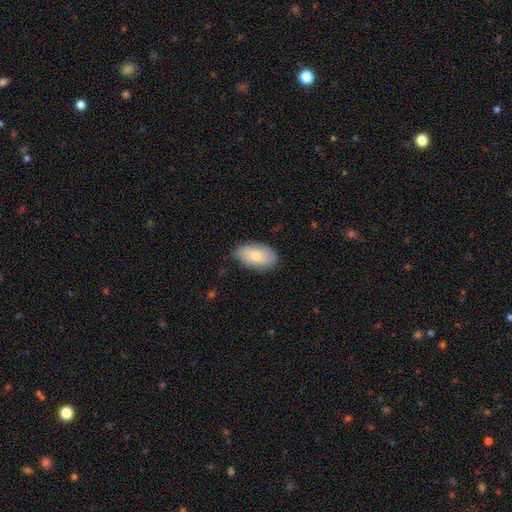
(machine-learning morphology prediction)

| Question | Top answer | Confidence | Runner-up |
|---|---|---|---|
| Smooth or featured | smooth | 72% | featured or disk (22%) |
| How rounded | in between | 94% | round (4%) |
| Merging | none | 76% | minor disturbance (19%) |